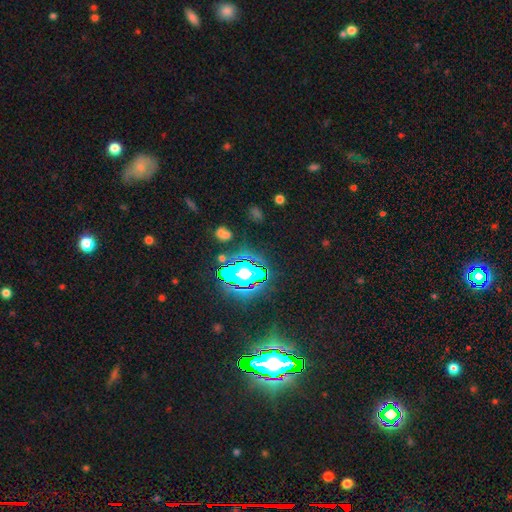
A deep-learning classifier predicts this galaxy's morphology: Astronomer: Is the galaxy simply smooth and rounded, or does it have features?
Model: star or artifact — 83%.